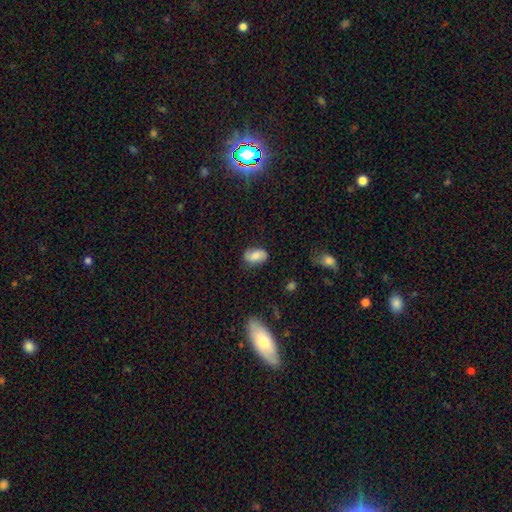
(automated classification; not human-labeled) This is likely a smooth galaxy (66%). How rounded: clearly in between (89%). Merging: likely none (73%).